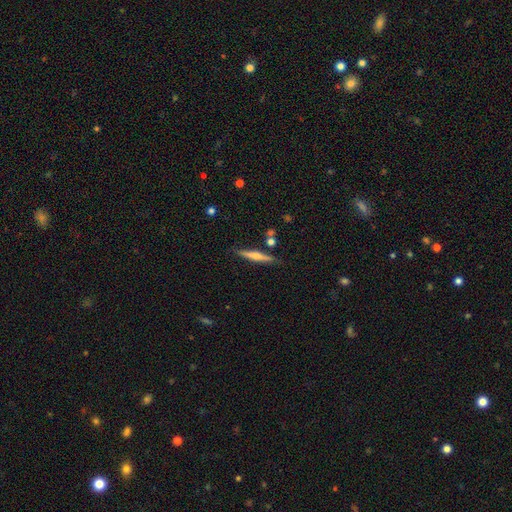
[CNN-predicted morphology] This is possibly a featured or disk galaxy (52%). It is clearly viewed edge-on (96%). Edge-on bulge: likely rounded (76%). Merging: clearly none (85%).